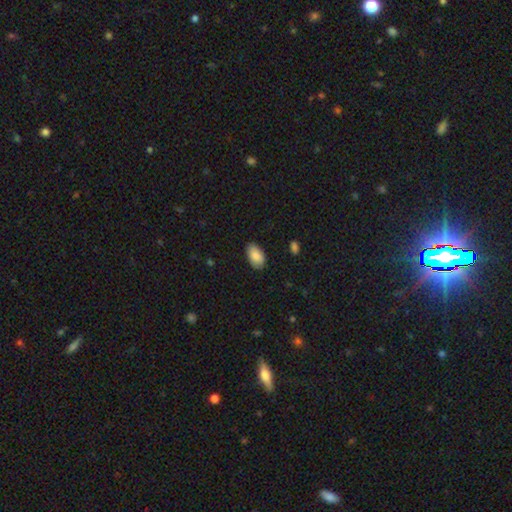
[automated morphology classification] Smooth or featured?
  - smooth: 88% *
  - star or artifact: 6%
  - featured or disk: 5%
How rounded?
  - in between: 94% *
  - round: 4%
  - cigar-shaped: 1%
Merging?
  - none: 84% *
  - minor disturbance: 12%
  - major disturbance: 2%
  - merger: 1%